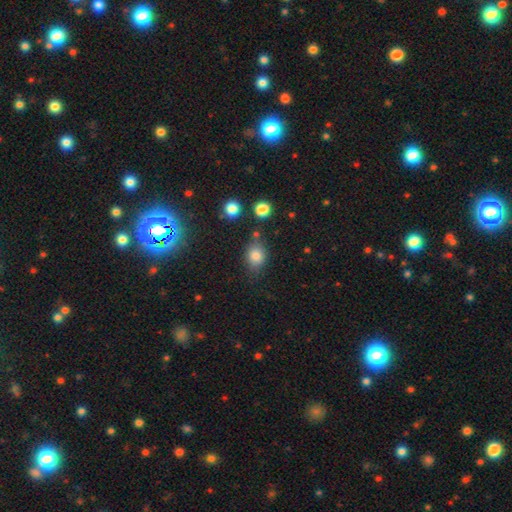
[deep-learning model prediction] Smooth or featured: smooth — 81% (star or artifact — 12%)
How rounded: in between — 53% (round — 45%)
Merging: none — 70% (minor disturbance — 18%)